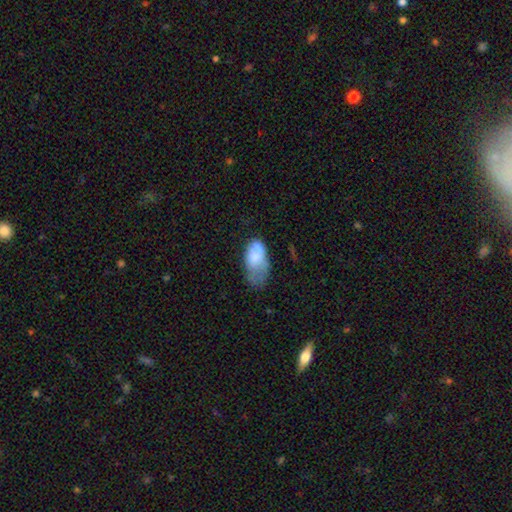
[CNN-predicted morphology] A smooth galaxy with no disk features (67%) that is in between round and cigar-shaped (92%).

Vote fractions:
- Smooth or featured? smooth: 67% / featured or disk: 26% / star or artifact: 8%
- How rounded? in between: 92% / round: 5% / cigar-shaped: 3%
- Merging? minor disturbance: 36% / major disturbance: 29% / none: 25% / merger: 11%